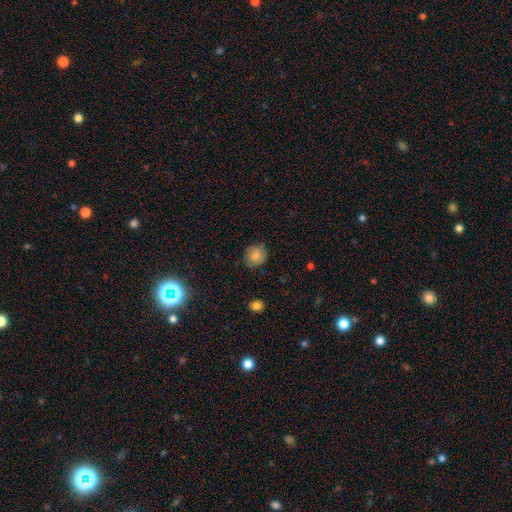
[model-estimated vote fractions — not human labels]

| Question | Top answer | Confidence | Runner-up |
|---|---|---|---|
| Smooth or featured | smooth | 80% | featured or disk (10%) |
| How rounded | round | 85% | in between (14%) |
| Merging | none | 79% | minor disturbance (17%) |